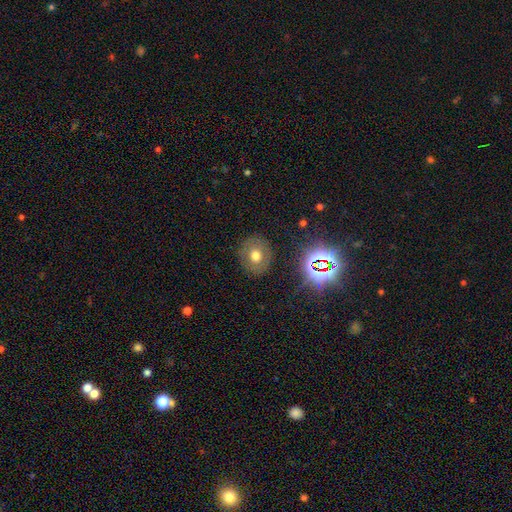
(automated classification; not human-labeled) Smooth or featured? smooth (58%)
How rounded? round (75%)
Merging? none (84%)